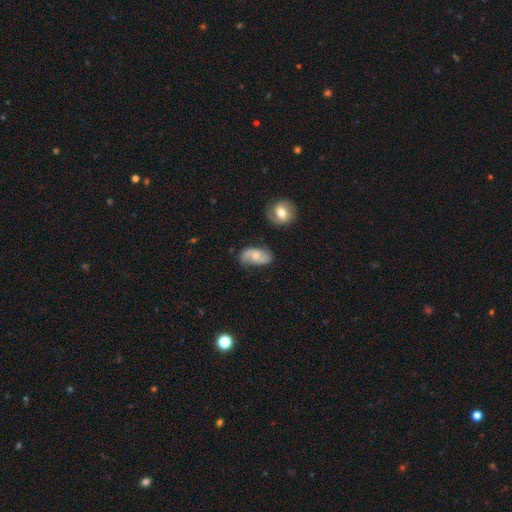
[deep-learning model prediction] Q: Smooth or featured?
A: featured or disk (56%); runner-up: smooth (37%)
Q: Edge-on disk?
A: no (95%); runner-up: yes (5%)
Q: Bar?
A: no (64%); runner-up: weak (30%)
Q: Spiral arms?
A: yes (89%); runner-up: no (11%)
Q: Bulge size?
A: moderate (49%); runner-up: small (41%)
Q: Merging?
A: none (65%); runner-up: minor disturbance (24%)